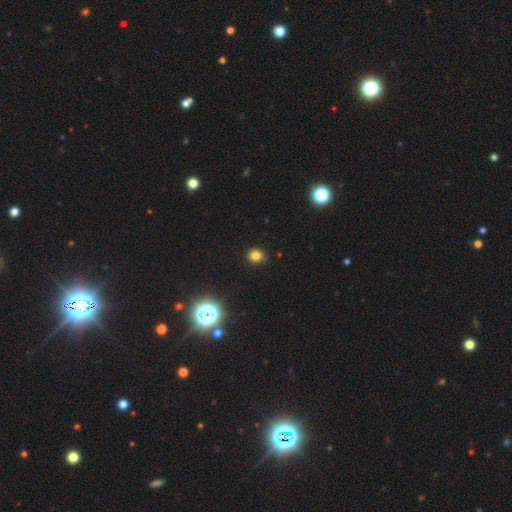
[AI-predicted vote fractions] A smooth galaxy with no disk features (78%) that is round (82%). Merging: none (83%).